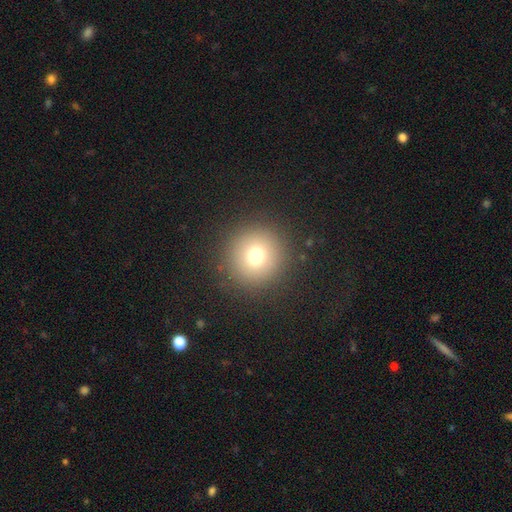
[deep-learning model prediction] Overall: smooth (73%). How rounded: round (95%). Merging: none (90%).